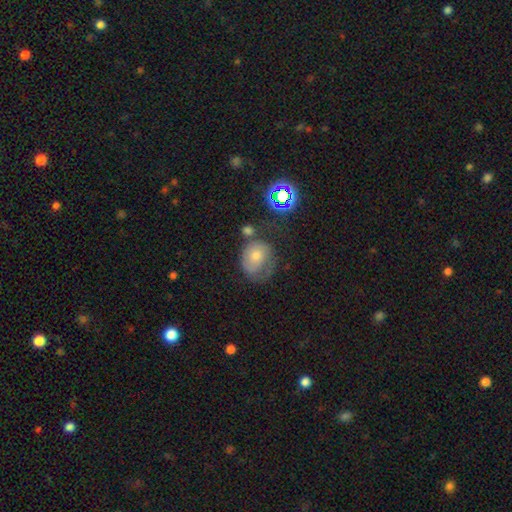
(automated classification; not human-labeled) This is possibly a smooth galaxy (50%). Merging: marginally none (41%).